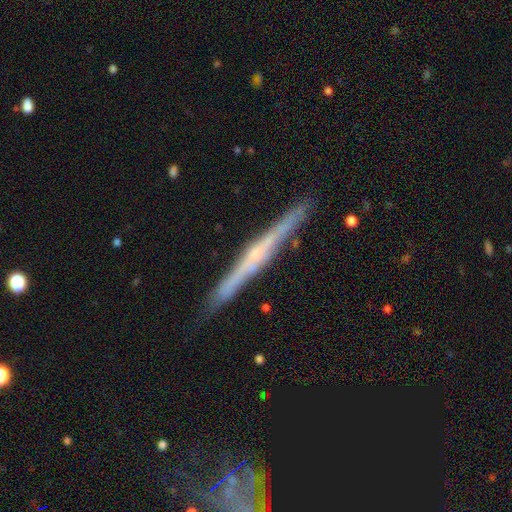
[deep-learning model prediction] This is likely a featured or disk galaxy (75%). It is clearly viewed edge-on (97%). Edge-on bulge: possibly none (48%). Merging: clearly none (89%).